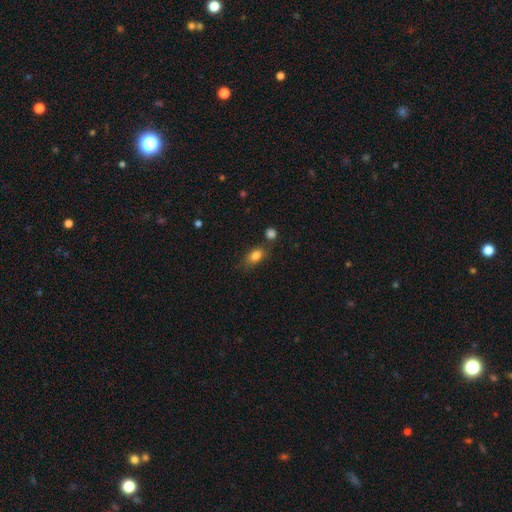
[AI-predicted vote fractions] Smooth or featured? smooth (83%)
How rounded? in between (81%)
Merging? none (67%)